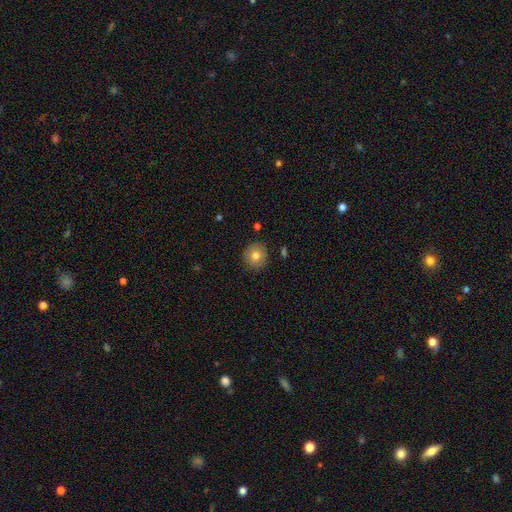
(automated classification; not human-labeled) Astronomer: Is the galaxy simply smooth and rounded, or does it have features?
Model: smooth — 77%.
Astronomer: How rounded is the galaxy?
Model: round — 88%.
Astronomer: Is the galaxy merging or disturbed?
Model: none — 88%.